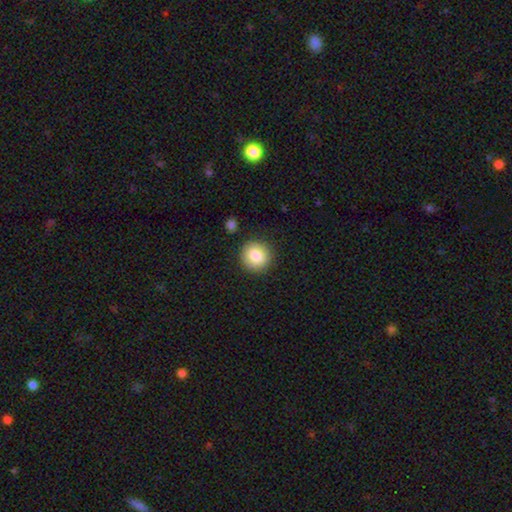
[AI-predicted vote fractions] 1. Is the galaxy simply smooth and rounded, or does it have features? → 84% smooth, 8% star or artifact, 7% featured or disk.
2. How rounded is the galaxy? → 92% round, 8% in between, 1% cigar-shaped.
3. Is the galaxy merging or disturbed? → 88% none, 7% minor disturbance, 2% major disturbance, 2% merger.